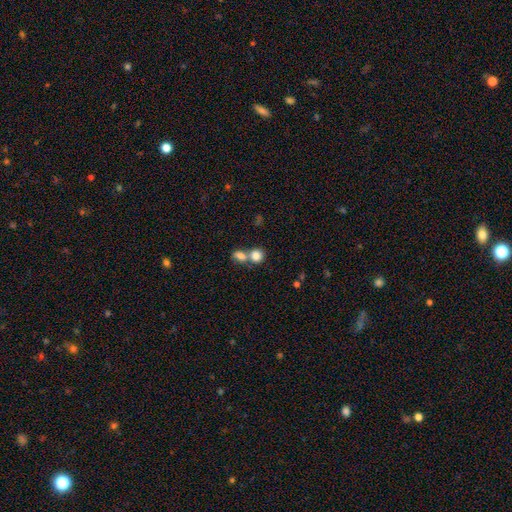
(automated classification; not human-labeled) smooth 82%, star or artifact 9%, featured or disk 8%. Down the decision tree: how rounded — round (68%); merging — merger (57%).